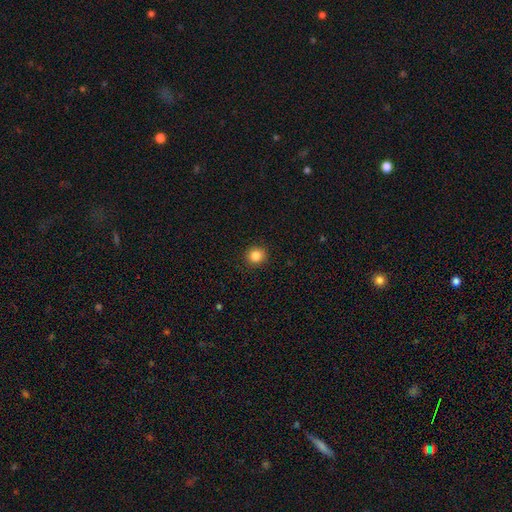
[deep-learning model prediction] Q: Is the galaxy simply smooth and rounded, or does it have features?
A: smooth — 84%.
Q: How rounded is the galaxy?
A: round — 91%.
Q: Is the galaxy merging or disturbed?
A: none — 92%.